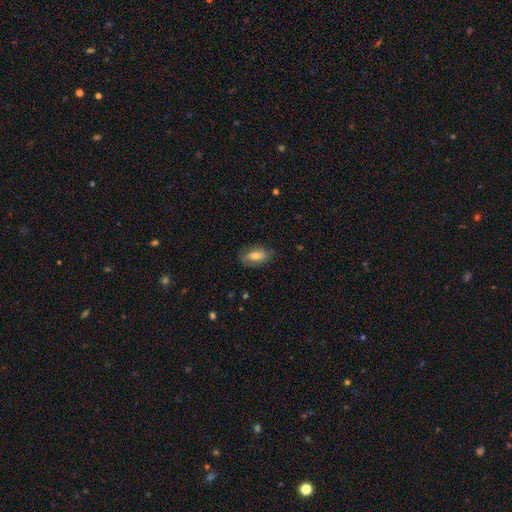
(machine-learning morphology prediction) smooth-or-featured: smooth: 59% | featured or disk: 34% | star or artifact: 8%
  how-rounded: in between: 88% | round: 6% | cigar-shaped: 6%
  merging: none: 77% | minor disturbance: 17% | major disturbance: 4% | merger: 1%